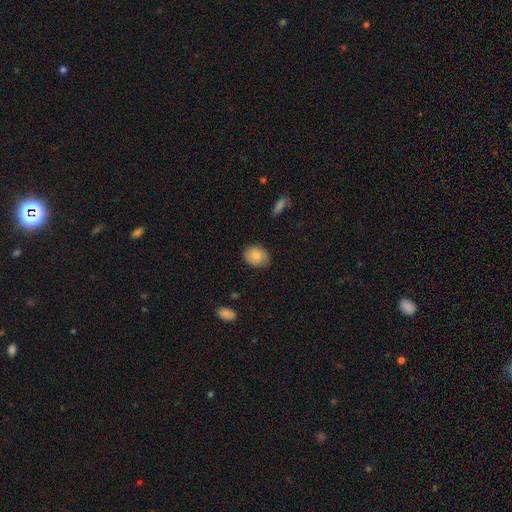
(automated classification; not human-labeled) A smooth galaxy with no disk features (84%) that is in between round and cigar-shaped (52%). Merging: none (78%).